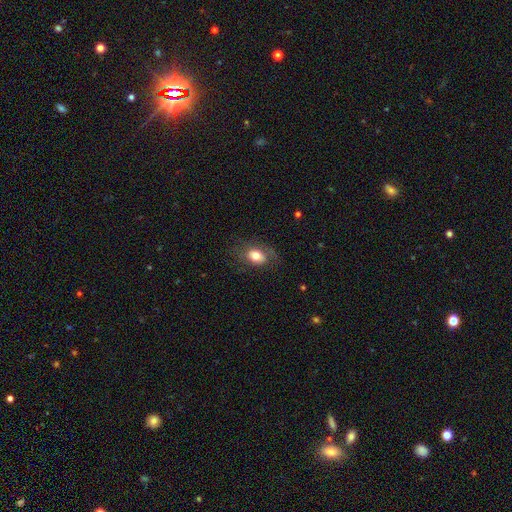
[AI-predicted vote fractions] The model was most divided on "merging": none: 63%, minor disturbance: 22%, major disturbance: 14%, merger: 1%. More confident: how rounded — in between (75%); smooth or featured — smooth (70%).